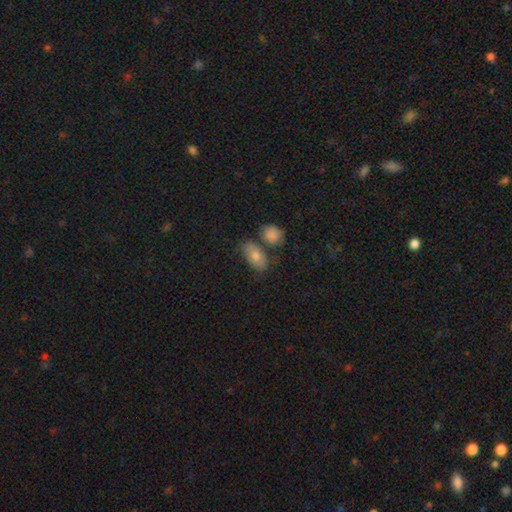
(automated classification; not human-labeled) Q: Smooth or featured?
A: smooth (74%); runner-up: featured or disk (16%)
Q: How rounded?
A: in between (87%); runner-up: round (10%)
Q: Merging?
A: none (56%); runner-up: merger (21%)